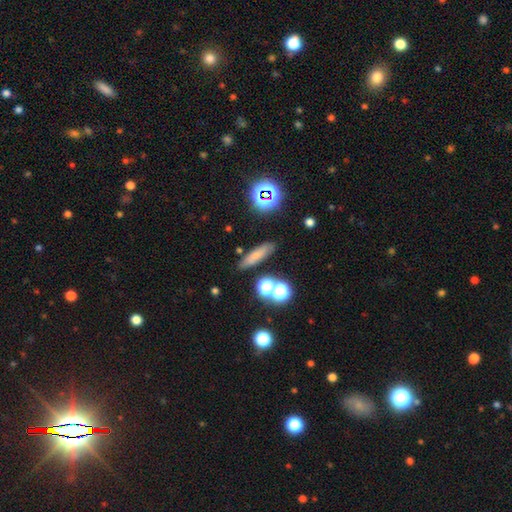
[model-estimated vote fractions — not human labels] A smooth galaxy with no disk features (68%) that is cigar-shaped (70%). Merging: none (81%).